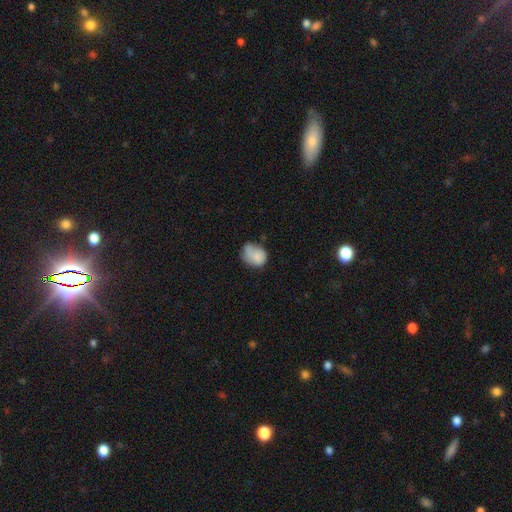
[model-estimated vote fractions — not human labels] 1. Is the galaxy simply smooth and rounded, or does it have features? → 77% smooth, 14% featured or disk, 9% star or artifact.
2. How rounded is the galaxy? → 53% in between, 46% round, 1% cigar-shaped.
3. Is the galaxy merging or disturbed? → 38% none, 35% minor disturbance, 17% major disturbance, 10% merger.